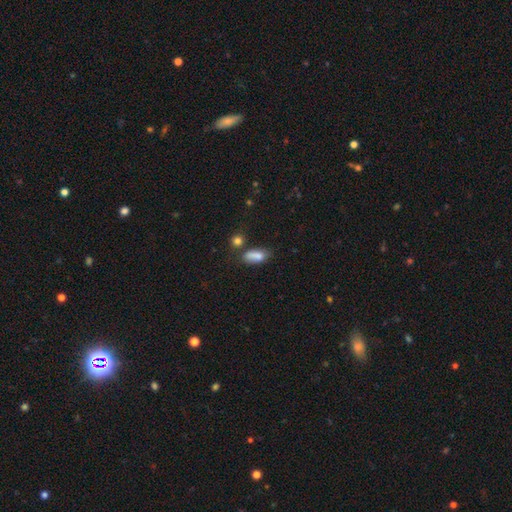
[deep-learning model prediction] Smooth or featured: smooth — 80% (featured or disk — 11%)
How rounded: in between — 82% (cigar-shaped — 11%)
Merging: none — 50% (minor disturbance — 25%)